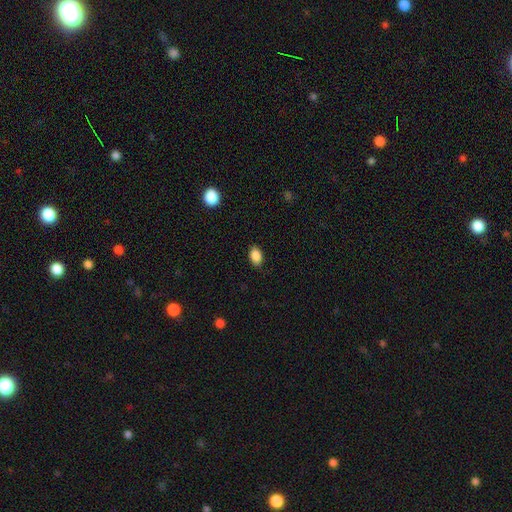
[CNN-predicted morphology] Smooth or featured: smooth — 88% (star or artifact — 8%)
How rounded: in between — 87% (round — 12%)
Merging: none — 85% (minor disturbance — 11%)